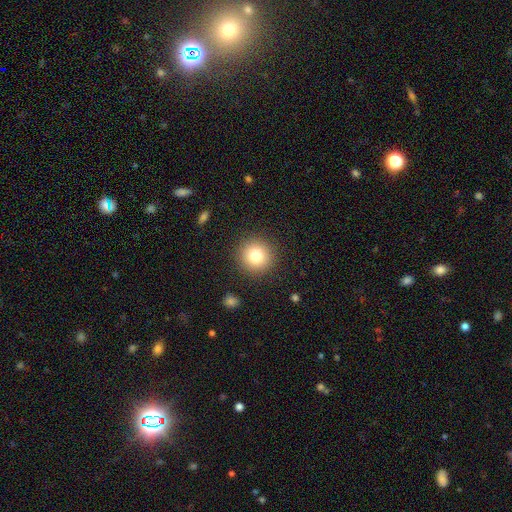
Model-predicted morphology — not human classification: Overall: smooth (79%). How rounded: round (95%). Merging: none (90%).